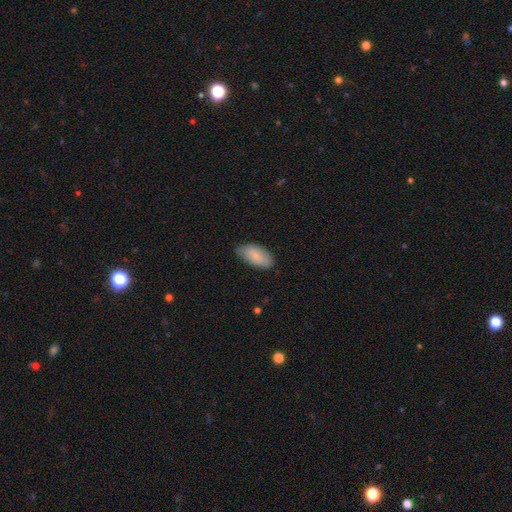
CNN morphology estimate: This is clearly a smooth galaxy (81%). How rounded: clearly in between (93%). Merging: likely none (74%).